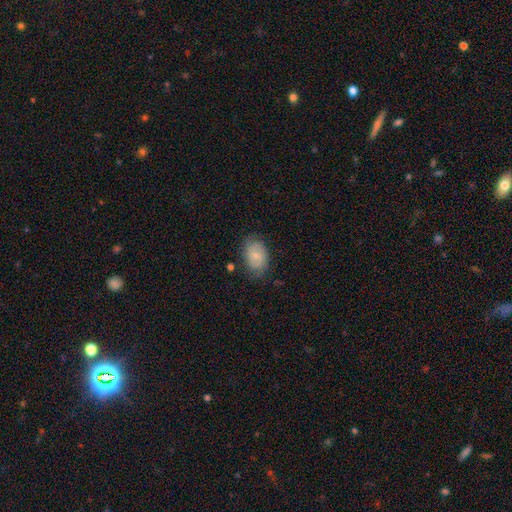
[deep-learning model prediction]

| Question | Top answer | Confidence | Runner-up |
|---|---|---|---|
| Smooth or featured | smooth | 66% | featured or disk (27%) |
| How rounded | in between | 82% | round (17%) |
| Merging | none | 73% | minor disturbance (20%) |